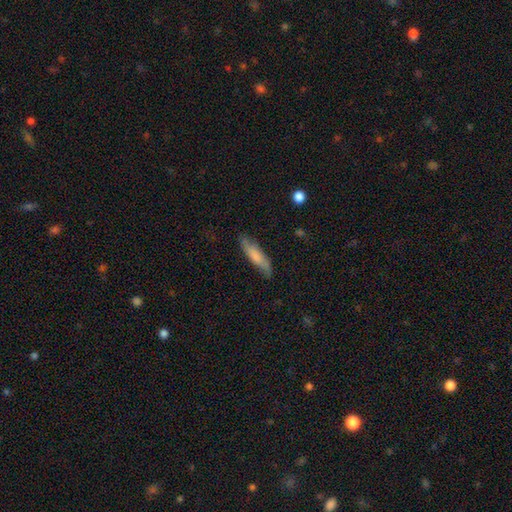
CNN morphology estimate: Q: Smooth or featured?
A: smooth (69%); runner-up: featured or disk (25%)
Q: How rounded?
A: cigar-shaped (73%); runner-up: in between (25%)
Q: Merging?
A: none (80%); runner-up: minor disturbance (16%)